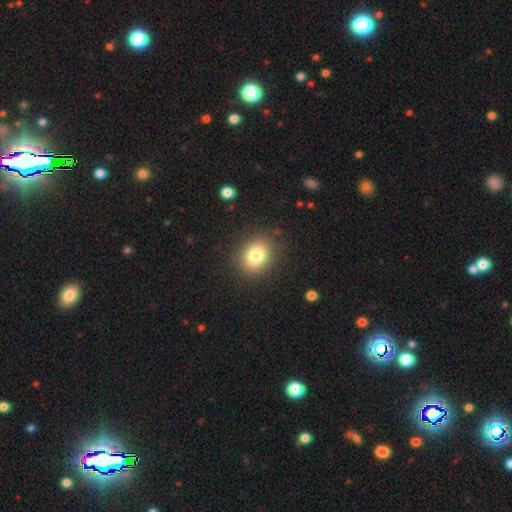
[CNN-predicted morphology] Smooth or featured?
  - smooth: 79% *
  - star or artifact: 11%
  - featured or disk: 10%
How rounded?
  - round: 61% *
  - in between: 39%
  - cigar-shaped: 1%
Merging?
  - none: 87% *
  - minor disturbance: 8%
  - major disturbance: 3%
  - merger: 1%